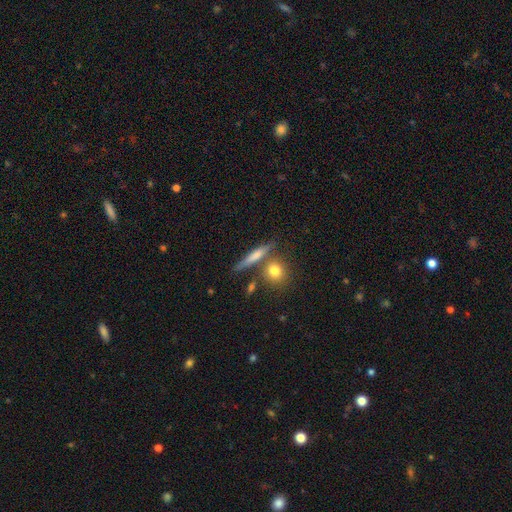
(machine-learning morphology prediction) A smooth galaxy with no disk features (49%).

Vote fractions:
- Smooth or featured? smooth: 49% / featured or disk: 42% / star or artifact: 9%
- Merging? none: 72% / merger: 12% / minor disturbance: 11% / major disturbance: 4%